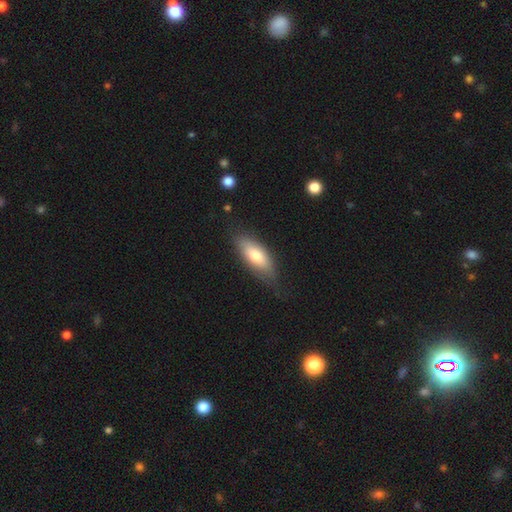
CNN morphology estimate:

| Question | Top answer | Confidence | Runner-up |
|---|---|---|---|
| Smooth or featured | smooth | 72% | featured or disk (22%) |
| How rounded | in between | 75% | cigar-shaped (22%) |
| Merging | none | 69% | minor disturbance (23%) |